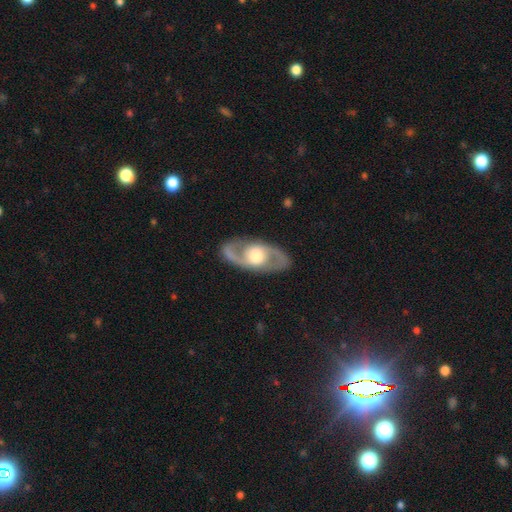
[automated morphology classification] The model was most divided on "spiral winding": medium: 54%, loose: 25%, tight: 21%. More confident: edge-on disk — no (92%); spiral arm count — 2 (92%); merging — none (87%); spiral arms — yes (85%); smooth or featured — featured or disk (83%); bar — no (63%); bulge size — moderate (60%).